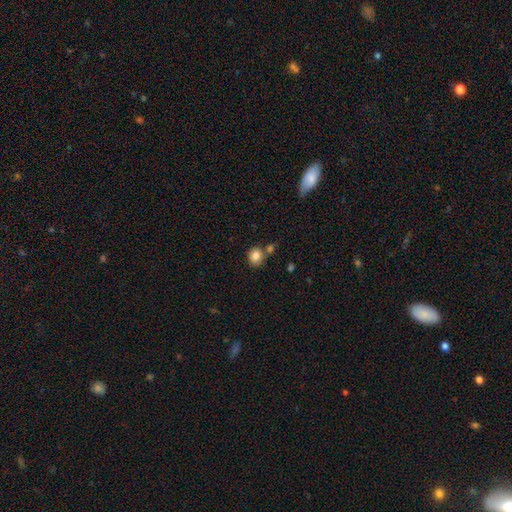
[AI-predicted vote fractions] Smooth or featured? smooth (85%)
How rounded? round (68%)
Merging? none (61%)